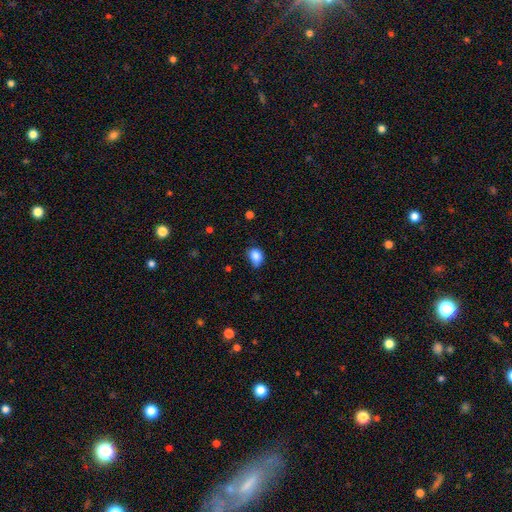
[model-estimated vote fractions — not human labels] smooth-or-featured: smooth: 85% | star or artifact: 9% | featured or disk: 6%
  how-rounded: in between: 61% | round: 38% | cigar-shaped: 1%
  merging: none: 54% | minor disturbance: 36% | major disturbance: 8% | merger: 2%